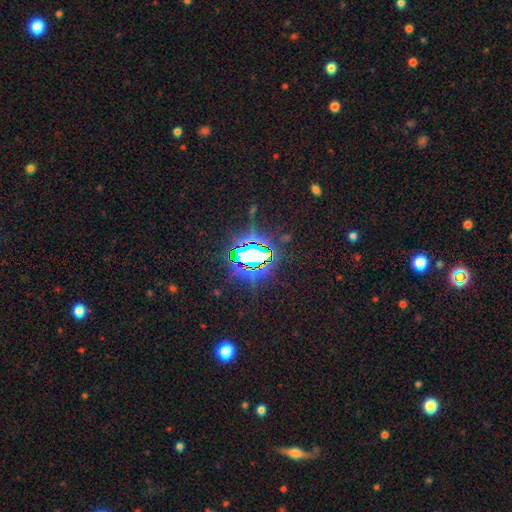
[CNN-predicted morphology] Smooth or featured? Predicted: star or artifact (p=0.86).